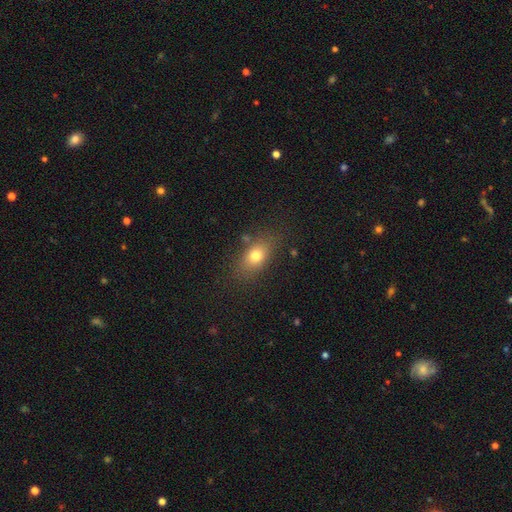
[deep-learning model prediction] Q: Smooth or featured?
A: smooth (75%); runner-up: featured or disk (14%)
Q: How rounded?
A: in between (76%); runner-up: round (18%)
Q: Merging?
A: none (78%); runner-up: minor disturbance (14%)